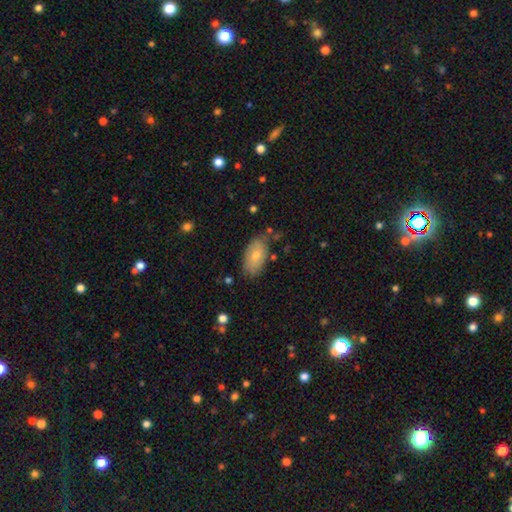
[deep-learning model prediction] smooth-or-featured: smooth: 69% | featured or disk: 25% | star or artifact: 6%
  how-rounded: in between: 93% | round: 4% | cigar-shaped: 2%
  merging: none: 74% | minor disturbance: 19% | major disturbance: 4% | merger: 3%